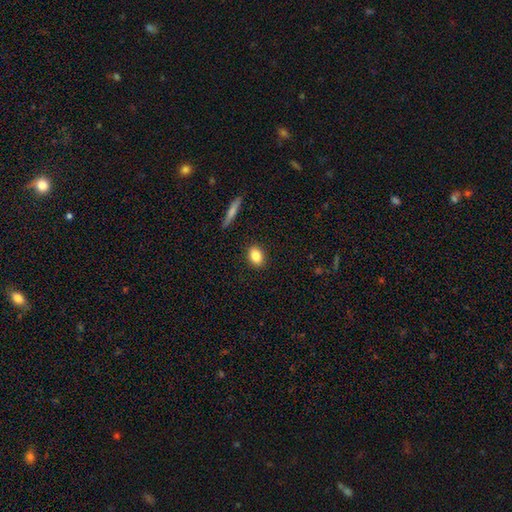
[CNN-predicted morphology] A smooth galaxy with no disk features (83%) that is in between round and cigar-shaped (73%).

Vote fractions:
- Smooth or featured? smooth: 83% / star or artifact: 8% / featured or disk: 8%
- How rounded? in between: 73% / round: 25% / cigar-shaped: 3%
- Merging? none: 89% / minor disturbance: 8% / major disturbance: 2% / merger: 1%